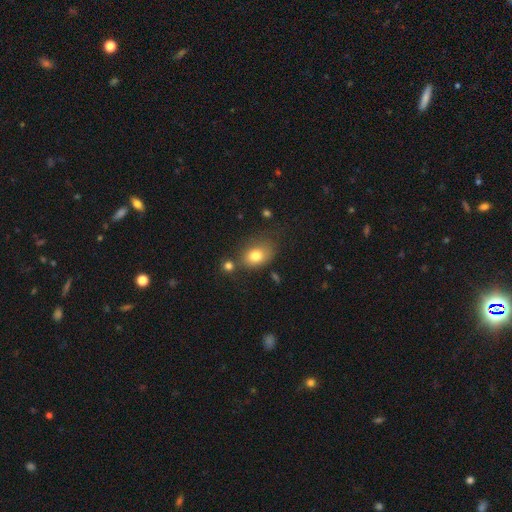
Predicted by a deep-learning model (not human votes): The model was most divided on "merging": none: 57%, minor disturbance: 22%, merger: 12%, major disturbance: 9%. More confident: smooth or featured — smooth (78%); how rounded — in between (67%).